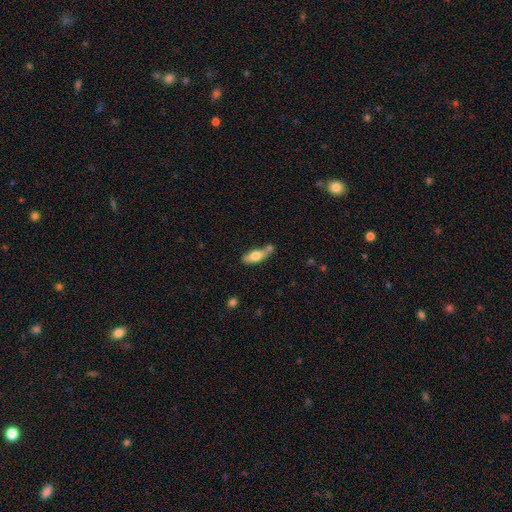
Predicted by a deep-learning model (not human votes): Q: Smooth or featured?
A: smooth (68%); runner-up: featured or disk (25%)
Q: How rounded?
A: in between (67%); runner-up: cigar-shaped (30%)
Q: Merging?
A: none (45%); runner-up: merger (27%)